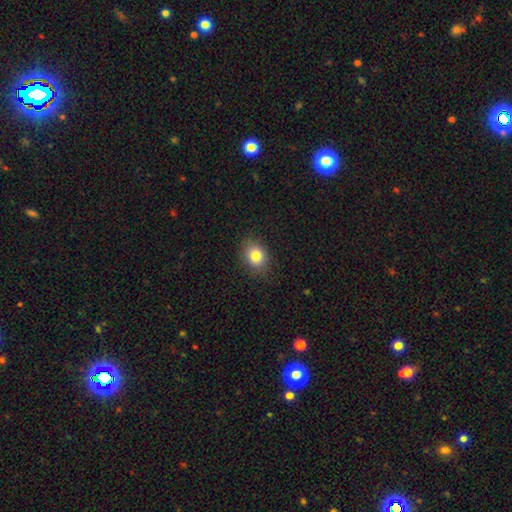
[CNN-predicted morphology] smooth 83%, star or artifact 10%, featured or disk 7%. Down the decision tree: how rounded — in between (52%); merging — none (86%).